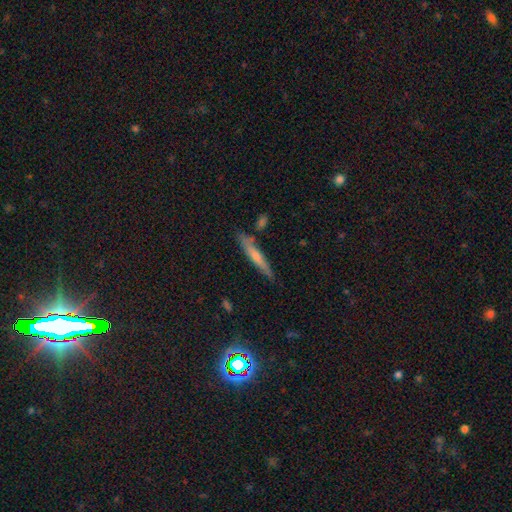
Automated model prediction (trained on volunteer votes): smooth 52%, featured or disk 41%, star or artifact 7%. Down the decision tree: how rounded — cigar-shaped (93%); merging — none (80%).